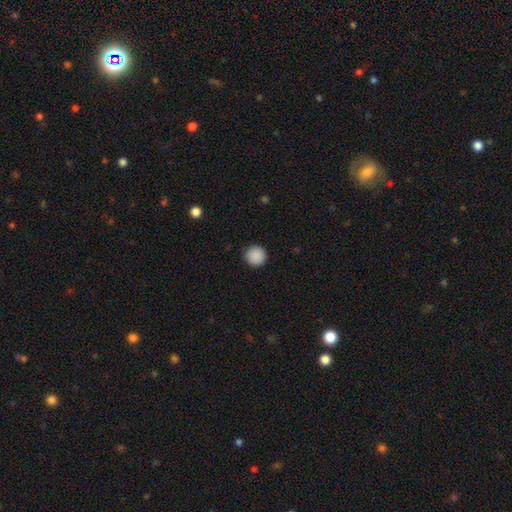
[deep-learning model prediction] smooth_or_featured: smooth (p=0.90) [alt: star or artifact p=0.08]
how_rounded: round (p=0.96) [alt: in between p=0.03]
merging: none (p=0.93) [alt: minor disturbance p=0.05]